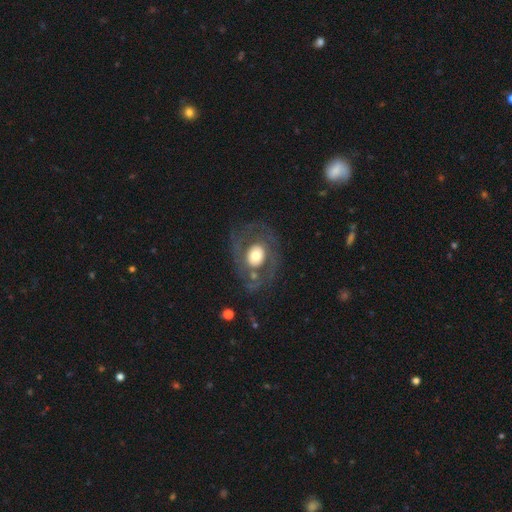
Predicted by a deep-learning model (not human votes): Smooth or featured? Predicted: featured or disk (p=0.66). Edge-on disk? Predicted: no (p=0.96). Bar? Predicted: no (p=0.79). Spiral arms? Predicted: yes (p=0.61). Bulge size? Predicted: moderate (p=0.50). Merging? Predicted: none (p=0.66).